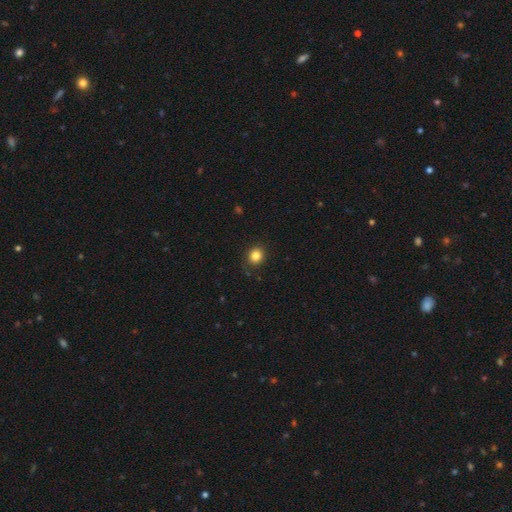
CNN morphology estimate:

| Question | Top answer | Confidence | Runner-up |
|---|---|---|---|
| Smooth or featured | smooth | 84% | star or artifact (11%) |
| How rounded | round | 76% | in between (23%) |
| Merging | none | 87% | minor disturbance (10%) |